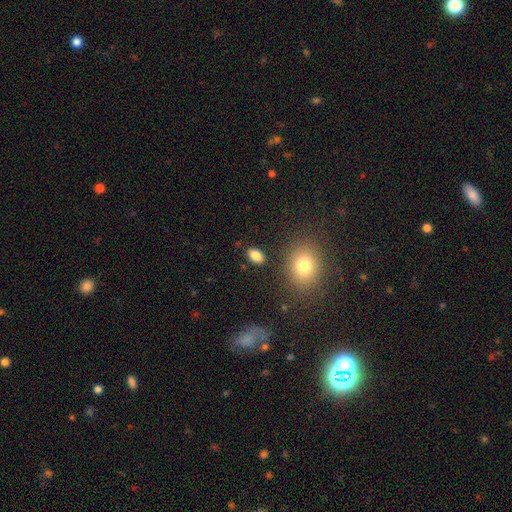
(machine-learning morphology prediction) This is clearly a smooth galaxy (84%). How rounded: clearly in between (88%). Merging: clearly none (86%).